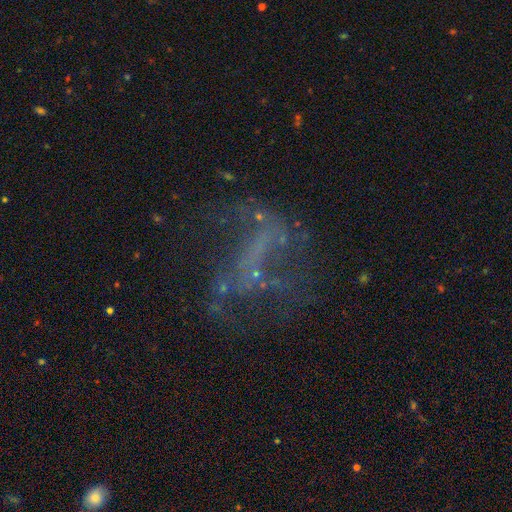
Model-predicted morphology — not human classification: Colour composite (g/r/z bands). It shows a featured or disk galaxy (57%) with no bar (64%), no spiral arms (65%) and no central bulge (76%). Merging: none (48%).